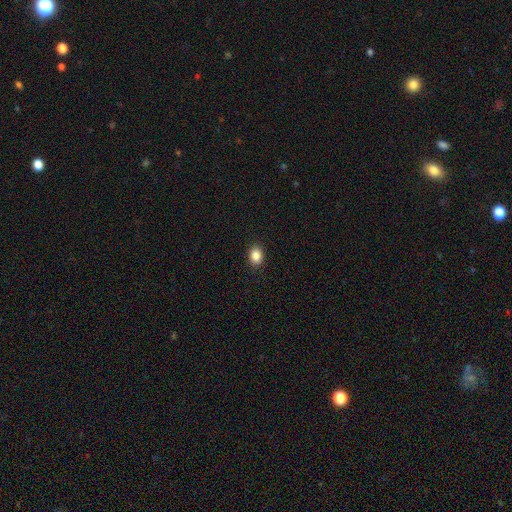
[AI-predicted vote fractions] smooth-or-featured: smooth: 86% | star or artifact: 10% | featured or disk: 4%
  how-rounded: in between: 54% | round: 45% | cigar-shaped: 1%
  merging: none: 91% | minor disturbance: 7% | major disturbance: 2% | merger: 1%